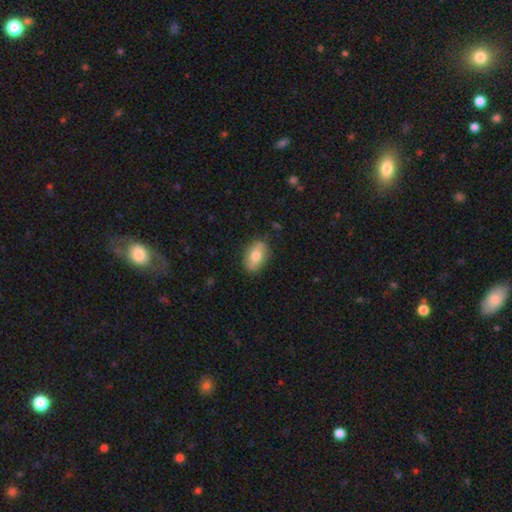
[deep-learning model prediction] smooth 67%, featured or disk 26%, star or artifact 7%. Down the decision tree: how rounded — in between (87%); merging — none (83%).